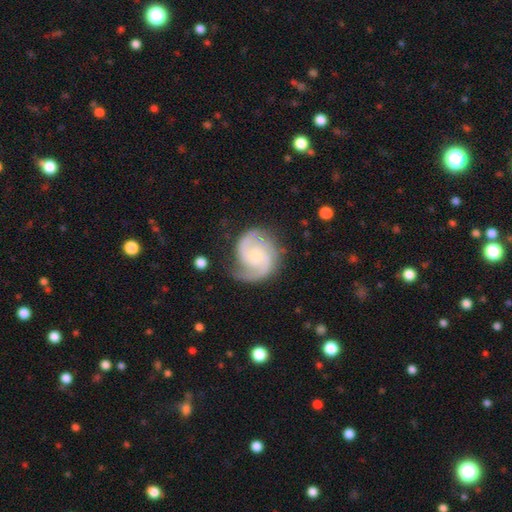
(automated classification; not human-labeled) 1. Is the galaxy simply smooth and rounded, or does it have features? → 88% featured or disk, 7% smooth, 5% star or artifact.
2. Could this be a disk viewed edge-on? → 98% no, 2% yes.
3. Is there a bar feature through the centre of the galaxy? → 61% no, 33% weak, 6% strong.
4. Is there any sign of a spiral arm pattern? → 98% yes, 2% no.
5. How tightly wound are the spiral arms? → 49% medium, 37% tight, 14% loose.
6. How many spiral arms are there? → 84% 2, 5% 3, 5% can't tell, 4% 1, 1% 4, 1% more than 4.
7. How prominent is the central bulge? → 58% small, 28% moderate, 10% none, 3% large, 1% dominant.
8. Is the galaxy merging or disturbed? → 72% none, 18% minor disturbance, 8% major disturbance, 2% merger.